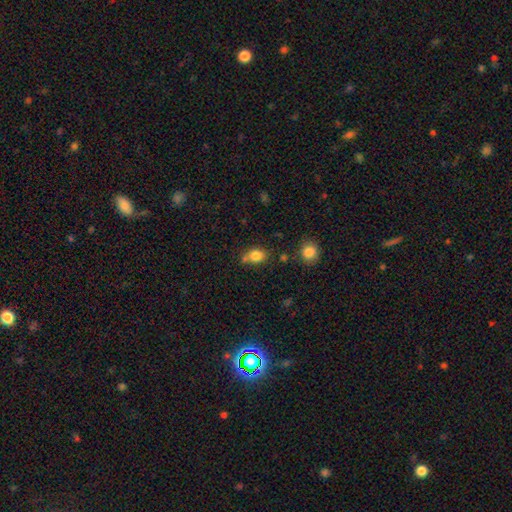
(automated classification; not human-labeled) smooth_or_featured: smooth (p=0.82) [alt: star or artifact p=0.11]
how_rounded: in between (p=0.58) [alt: round p=0.41]
merging: none (p=0.63) [alt: merger p=0.18]